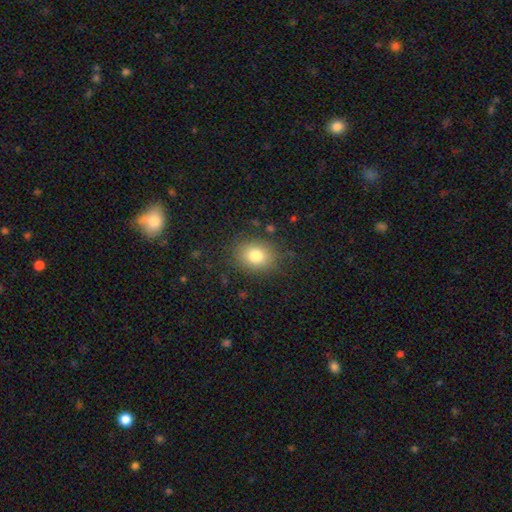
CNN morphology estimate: Smooth or featured: smooth — 80% (star or artifact — 11%)
How rounded: in between — 50% (round — 49%)
Merging: none — 83% (minor disturbance — 11%)